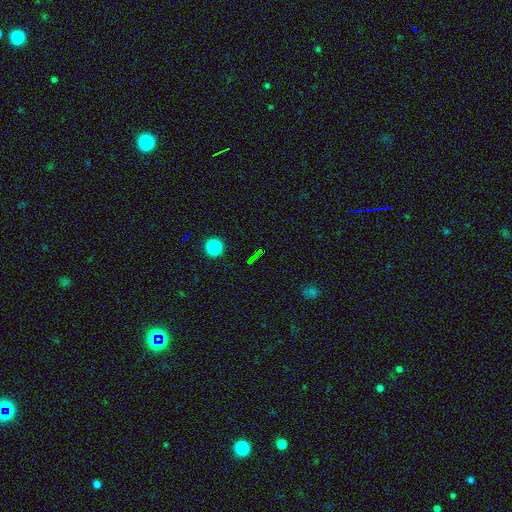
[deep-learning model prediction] Q: Smooth or featured?
A: star or artifact (65%); runner-up: smooth (20%)